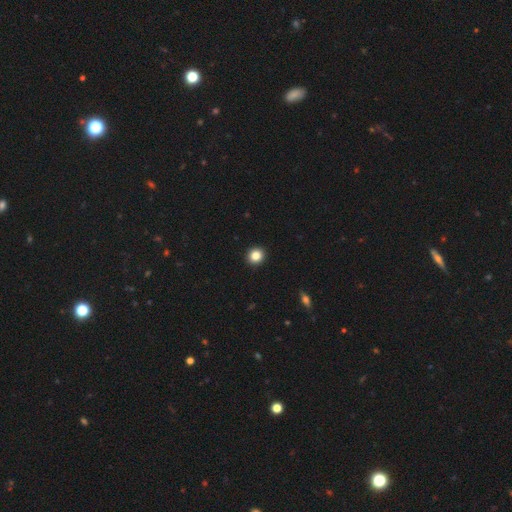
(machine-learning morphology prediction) Q: Smooth or featured?
A: smooth (84%); runner-up: star or artifact (11%)
Q: How rounded?
A: round (88%); runner-up: in between (11%)
Q: Merging?
A: none (93%); runner-up: minor disturbance (4%)